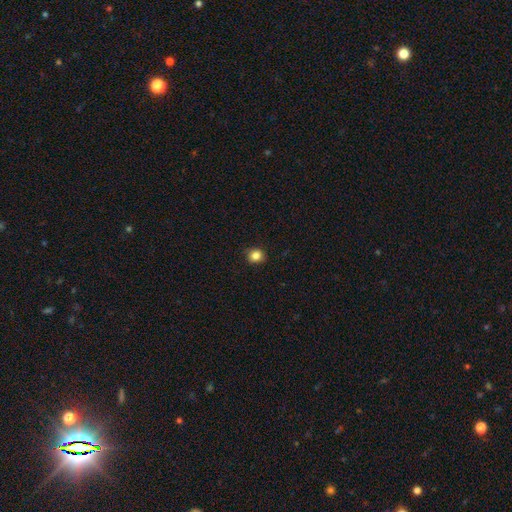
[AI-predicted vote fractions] A smooth galaxy with no disk features (85%) that is round (81%). Merging: none (89%).